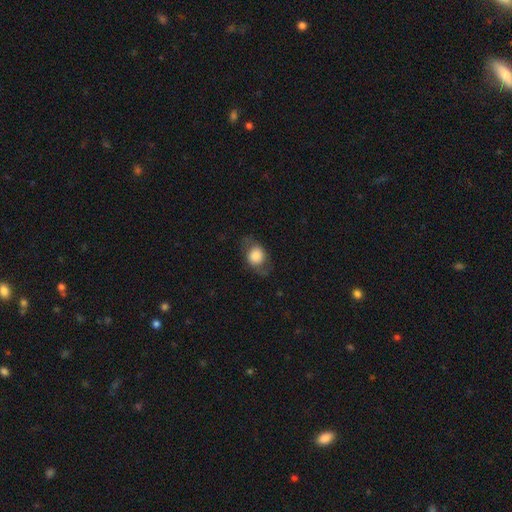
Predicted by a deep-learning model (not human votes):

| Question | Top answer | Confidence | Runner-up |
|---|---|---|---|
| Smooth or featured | smooth | 68% | featured or disk (24%) |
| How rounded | round | 55% | in between (44%) |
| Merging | none | 68% | minor disturbance (19%) |